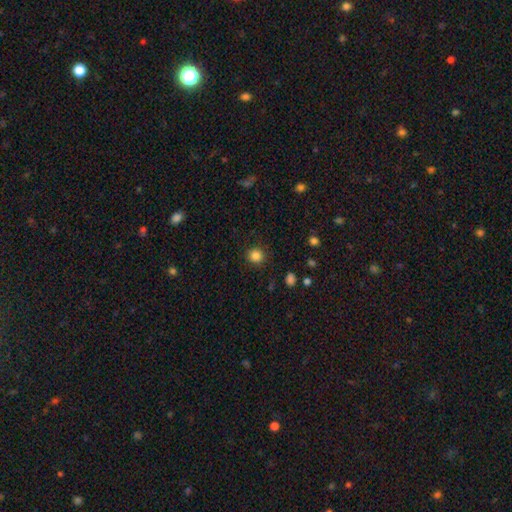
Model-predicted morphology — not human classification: The model was most divided on "smooth or featured": smooth: 85%, star or artifact: 12%, featured or disk: 4%. More confident: how rounded — round (92%); merging — none (90%).